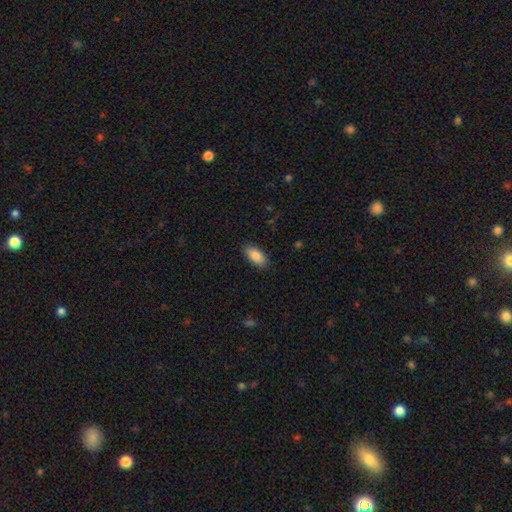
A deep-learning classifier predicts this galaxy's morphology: Overall: smooth (88%). How rounded: in between (91%). Merging: none (87%).